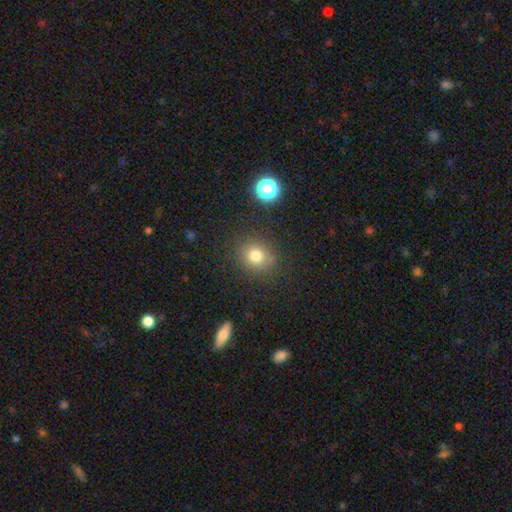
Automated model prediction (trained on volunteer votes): Smooth or featured: smooth — 77% (star or artifact — 15%)
How rounded: round — 80% (in between — 19%)
Merging: none — 84% (minor disturbance — 10%)